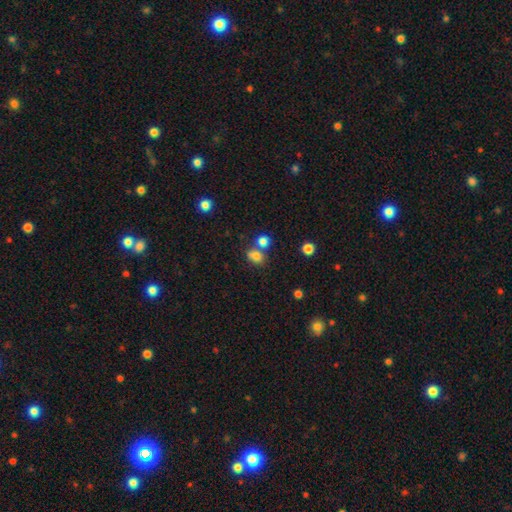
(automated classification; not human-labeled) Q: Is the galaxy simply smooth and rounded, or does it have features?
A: smooth — 79%.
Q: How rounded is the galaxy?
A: in between — 53%.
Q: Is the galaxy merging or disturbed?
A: none — 50%.